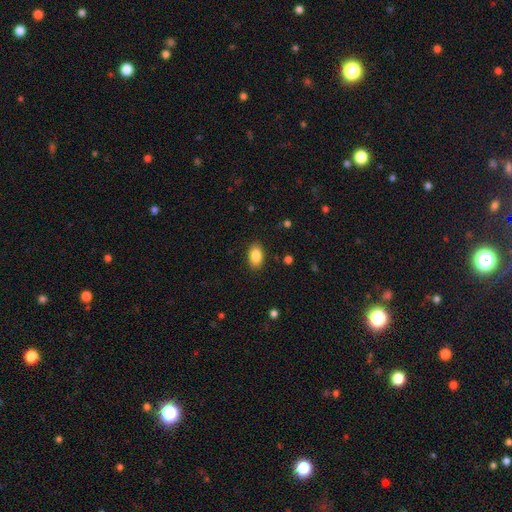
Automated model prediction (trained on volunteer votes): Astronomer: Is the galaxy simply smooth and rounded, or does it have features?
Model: smooth — 87%.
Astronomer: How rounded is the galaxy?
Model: in between — 90%.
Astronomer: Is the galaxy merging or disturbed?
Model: none — 88%.